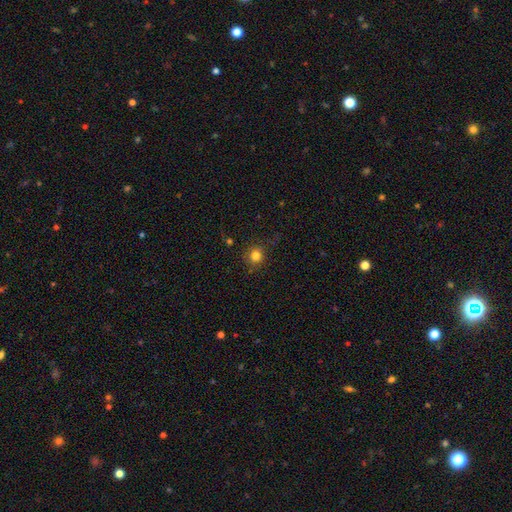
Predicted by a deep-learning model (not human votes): Smooth or featured: smooth — 81% (star or artifact — 14%)
How rounded: round — 90% (in between — 9%)
Merging: none — 84% (minor disturbance — 10%)